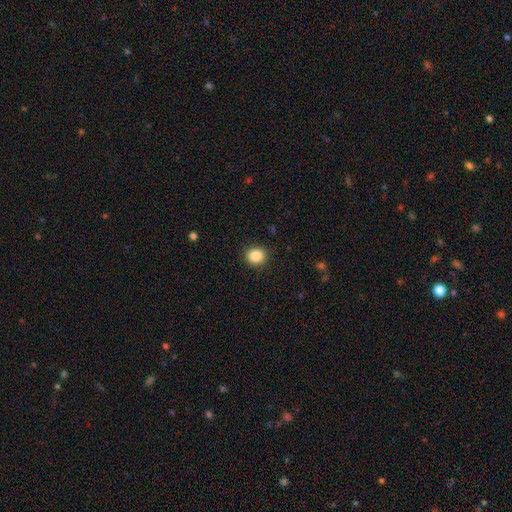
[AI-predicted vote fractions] Overall: smooth (87%). How rounded: round (81%). Merging: none (90%).